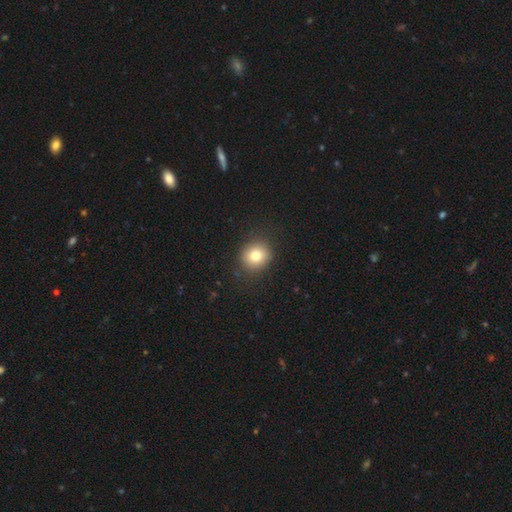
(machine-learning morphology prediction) type=smooth (80%); roundness=round (84%); merging=none (88%).